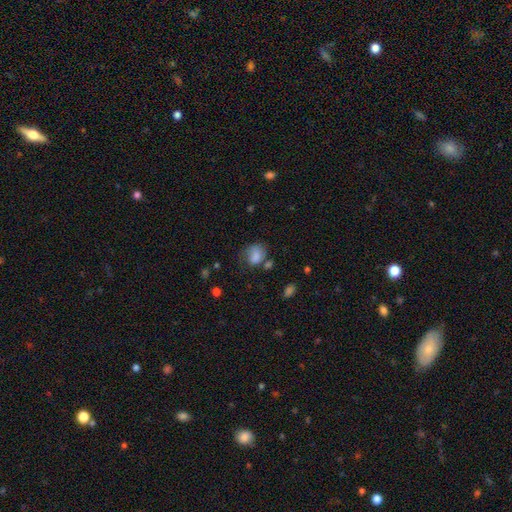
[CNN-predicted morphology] The model was most divided on "how rounded": in between: 57%, round: 42%, cigar-shaped: 1%. Remaining: smooth or featured — smooth (78%); merging — none (44%).